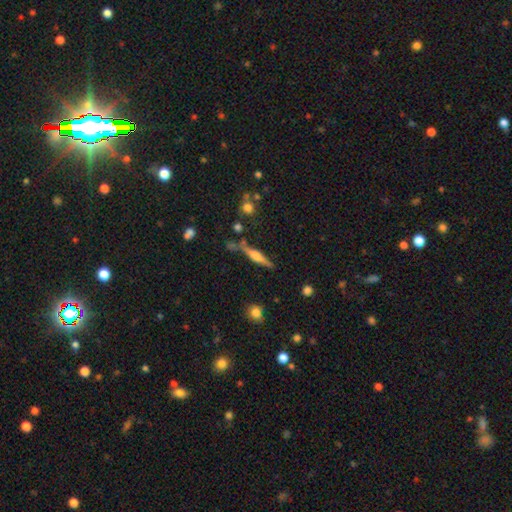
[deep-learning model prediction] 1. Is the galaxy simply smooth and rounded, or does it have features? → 60% featured or disk, 33% smooth, 7% star or artifact.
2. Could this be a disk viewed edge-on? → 96% yes, 4% no.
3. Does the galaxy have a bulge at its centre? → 75% rounded, 17% boxy, 8% none.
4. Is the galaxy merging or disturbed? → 72% none, 15% minor disturbance, 8% merger, 4% major disturbance.